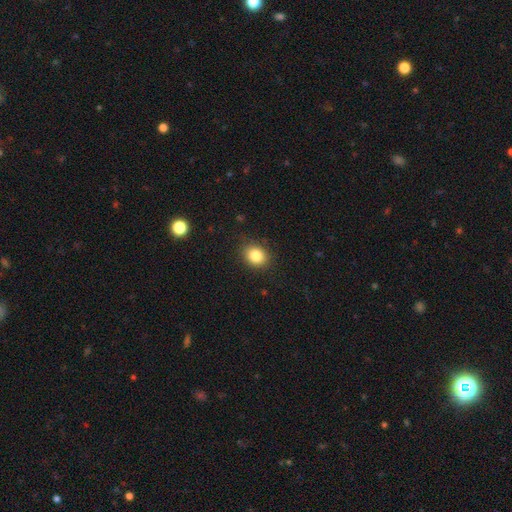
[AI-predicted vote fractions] Smooth or featured? smooth (83%)
How rounded? round (62%)
Merging? none (86%)